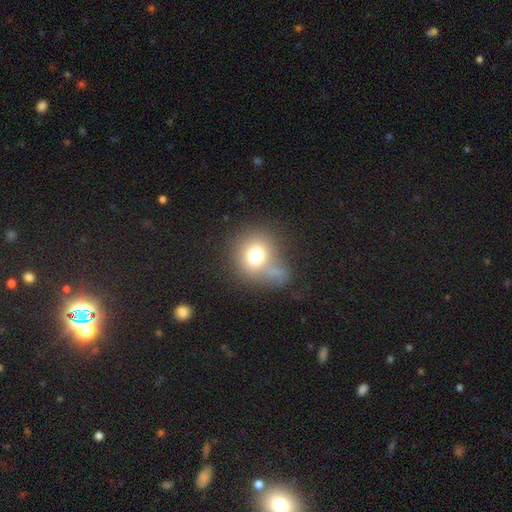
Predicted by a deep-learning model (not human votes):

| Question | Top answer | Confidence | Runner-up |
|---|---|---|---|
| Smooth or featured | smooth | 71% | featured or disk (15%) |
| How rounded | round | 80% | in between (19%) |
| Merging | none | 49% | minor disturbance (18%) |